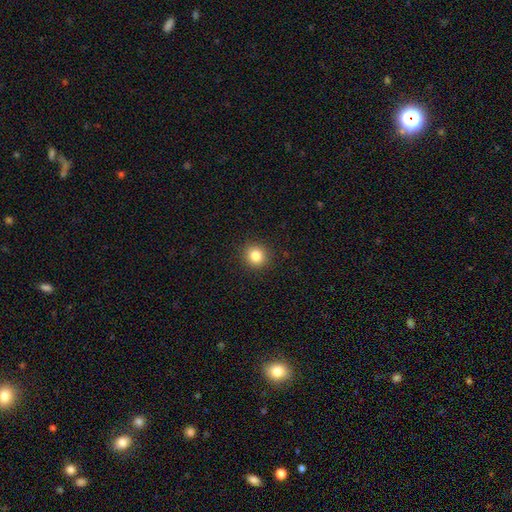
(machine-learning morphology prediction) smooth-or-featured: smooth: 83% | star or artifact: 11% | featured or disk: 6%
  how-rounded: round: 91% | in between: 8% | cigar-shaped: 1%
  merging: none: 92% | minor disturbance: 5% | major disturbance: 2% | merger: 1%